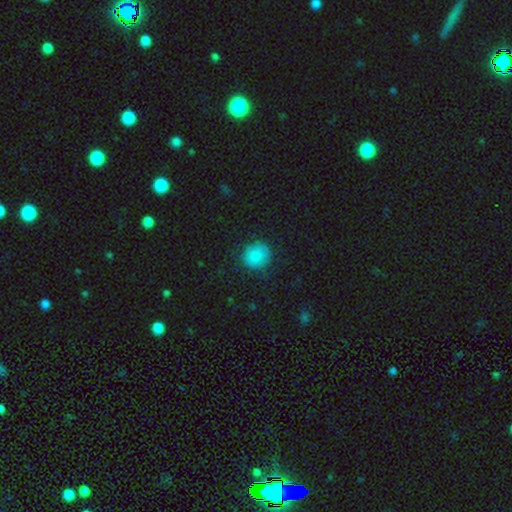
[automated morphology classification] Smooth or featured? Predicted: smooth (p=0.85). How rounded? Predicted: round (p=0.86). Merging? Predicted: none (p=0.81).